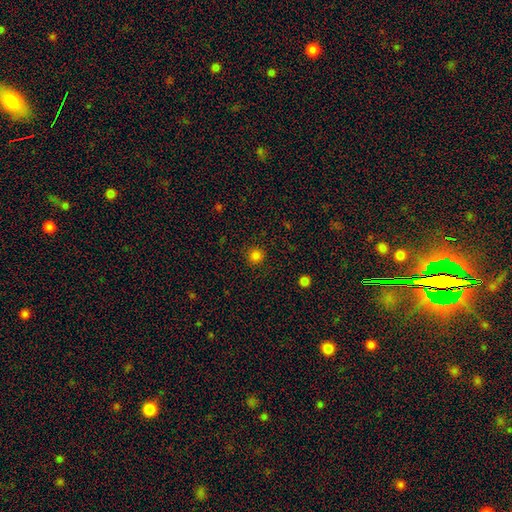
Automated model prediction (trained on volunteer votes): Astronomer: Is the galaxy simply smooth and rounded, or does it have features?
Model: smooth — 82%.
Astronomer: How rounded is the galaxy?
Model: round — 94%.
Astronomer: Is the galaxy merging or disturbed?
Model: none — 90%.